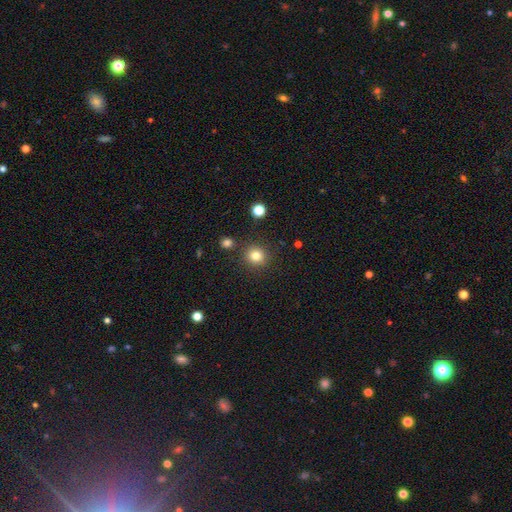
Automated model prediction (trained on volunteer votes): Smooth or featured? smooth (81%)
How rounded? round (90%)
Merging? none (87%)